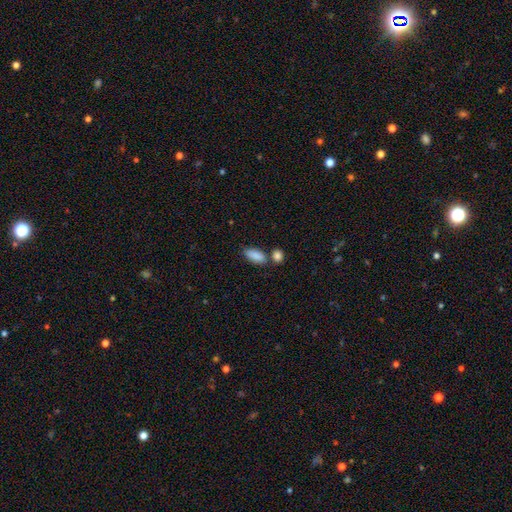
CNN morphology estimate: type=smooth (88%); roundness=in between (86%); merging=none (61%).